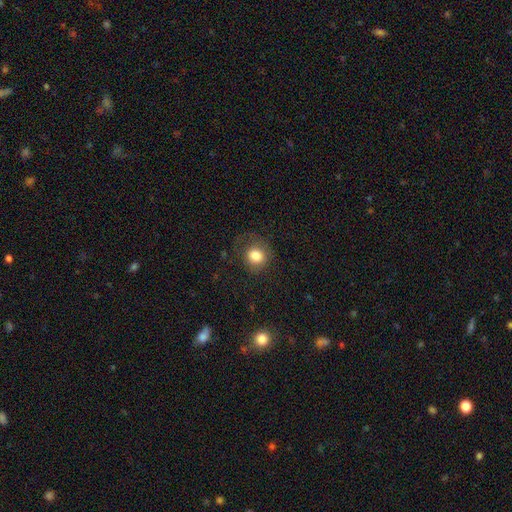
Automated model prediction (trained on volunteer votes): Morphology: type=smooth (82%); roundness=round (80%); merging=none (67%).